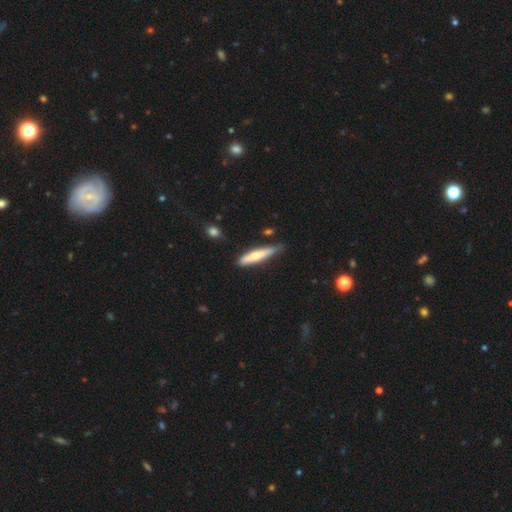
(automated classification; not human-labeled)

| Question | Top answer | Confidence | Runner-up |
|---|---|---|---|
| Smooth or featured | smooth | 60% | featured or disk (35%) |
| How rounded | cigar-shaped | 86% | in between (13%) |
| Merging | none | 71% | minor disturbance (22%) |